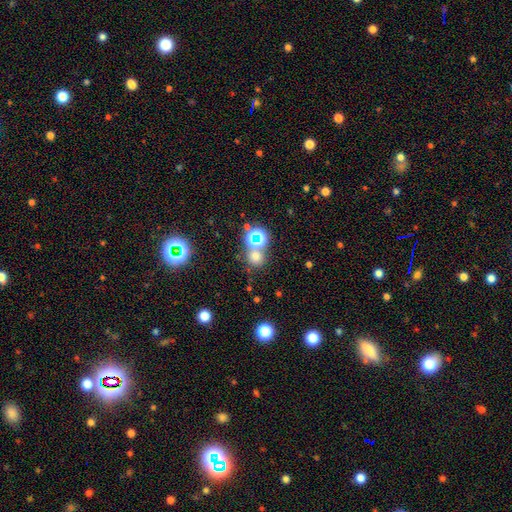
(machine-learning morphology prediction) Overall: smooth (61%; star or artifact 31%). How rounded: round (87%). Merging: none (67%).